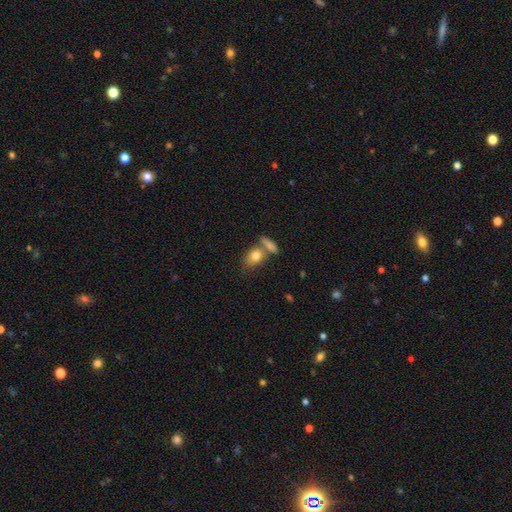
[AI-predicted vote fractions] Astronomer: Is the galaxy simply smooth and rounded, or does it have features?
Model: smooth — 79%.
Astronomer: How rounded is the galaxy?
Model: in between — 70%.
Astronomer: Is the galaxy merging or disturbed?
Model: none — 44% (runner-up: merger, 38%).